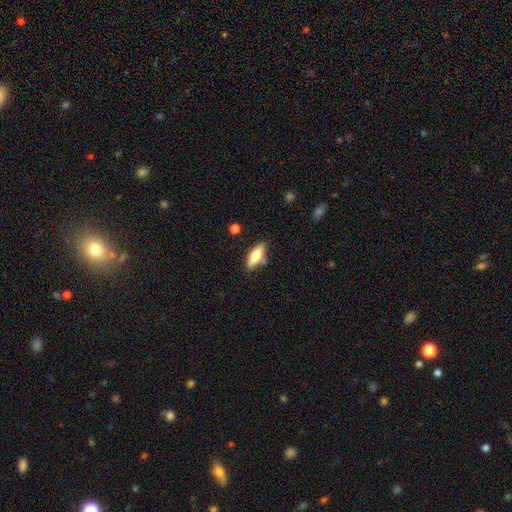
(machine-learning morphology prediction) The model was most divided on "how rounded": in between: 60%, cigar-shaped: 38%, round: 2%. More confident: merging — none (77%); smooth or featured — smooth (69%).